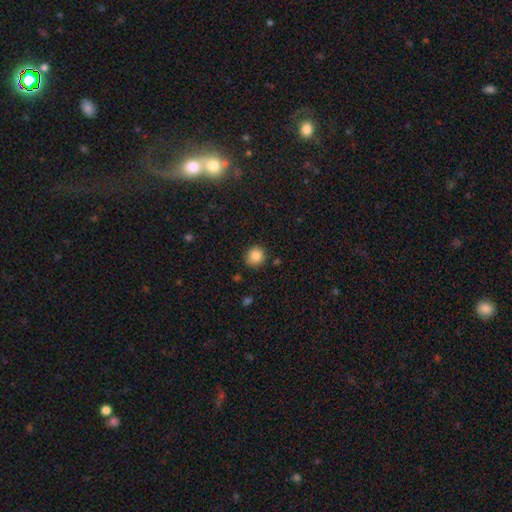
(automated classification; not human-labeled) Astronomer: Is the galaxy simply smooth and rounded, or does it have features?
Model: smooth — 86%.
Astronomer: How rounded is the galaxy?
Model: round — 88%.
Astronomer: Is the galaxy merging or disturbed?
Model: none — 86%.